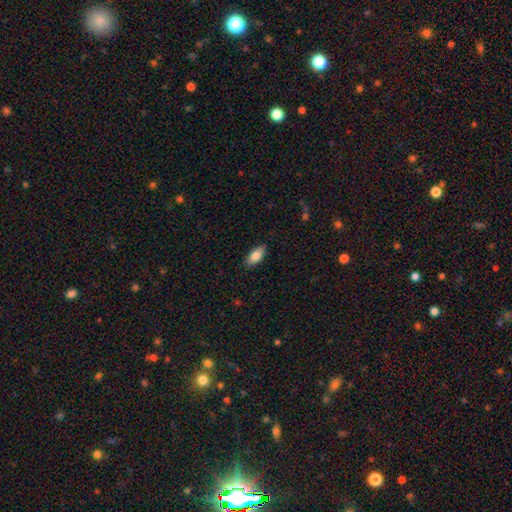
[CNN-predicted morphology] Smooth or featured?
  - smooth: 81% *
  - featured or disk: 12%
  - star or artifact: 7%
How rounded?
  - in between: 86% *
  - cigar-shaped: 11%
  - round: 3%
Merging?
  - none: 87% *
  - minor disturbance: 10%
  - major disturbance: 2%
  - merger: 1%